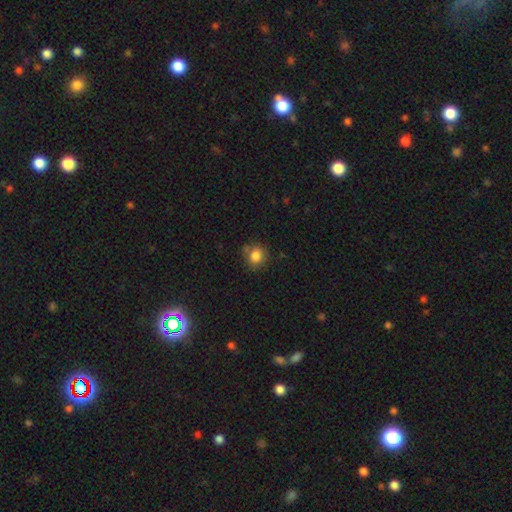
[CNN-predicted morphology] This is clearly a smooth galaxy (83%). How rounded: likely round (74%). Merging: likely none (72%).